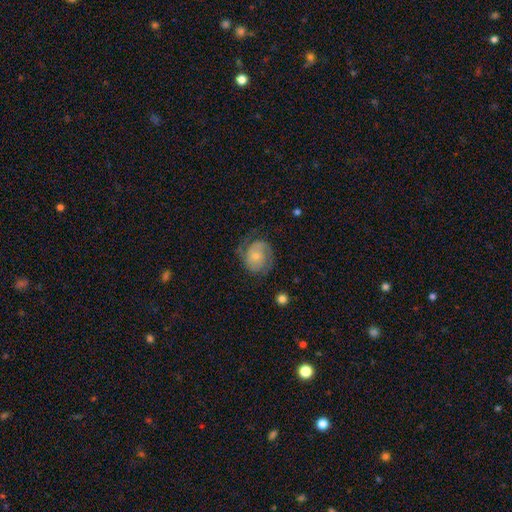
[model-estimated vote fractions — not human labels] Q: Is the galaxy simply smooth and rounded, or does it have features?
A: featured or disk — 71%.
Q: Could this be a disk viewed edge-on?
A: no — 98%.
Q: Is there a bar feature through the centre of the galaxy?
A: no — 74%.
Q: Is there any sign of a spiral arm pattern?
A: yes — 92%.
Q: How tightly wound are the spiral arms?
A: tight — 45%.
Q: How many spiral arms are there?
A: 2 — 68%.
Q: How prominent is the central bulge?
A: small — 62%.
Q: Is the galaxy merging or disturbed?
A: none — 62%.